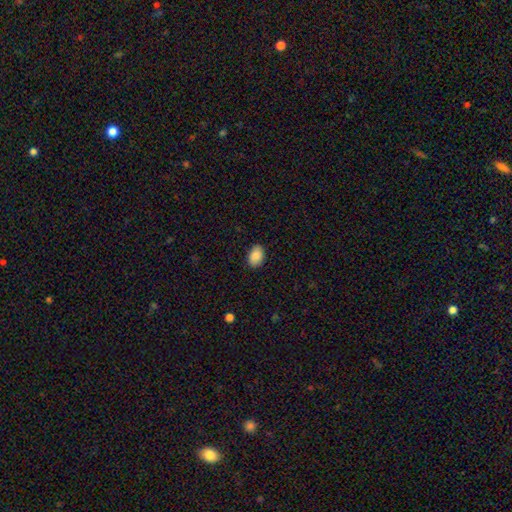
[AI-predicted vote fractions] This appears to be a smooth galaxy with no disk features (89%) that is in between round and cigar-shaped (85%). Merging: none (87%).